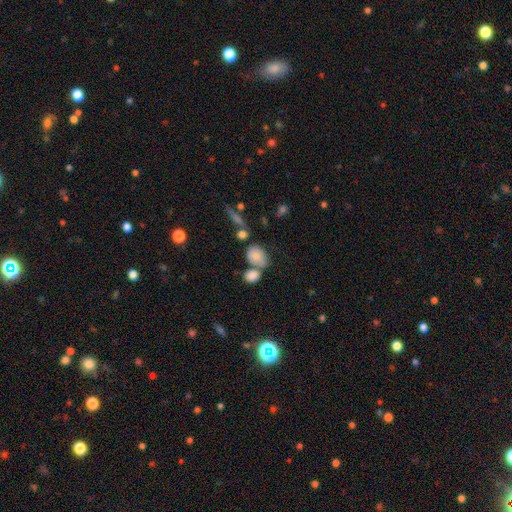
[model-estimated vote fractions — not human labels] This is likely a smooth galaxy (78%). How rounded: likely in between (67%). Merging: marginally none (44%).